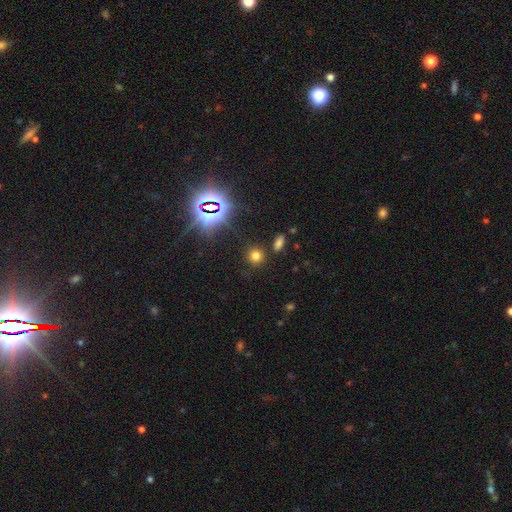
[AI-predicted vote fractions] Smooth or featured?
  - smooth: 67% *
  - star or artifact: 27%
  - featured or disk: 6%
How rounded?
  - round: 83% *
  - in between: 15%
  - cigar-shaped: 2%
Merging?
  - none: 85% *
  - minor disturbance: 8%
  - merger: 5%
  - major disturbance: 3%